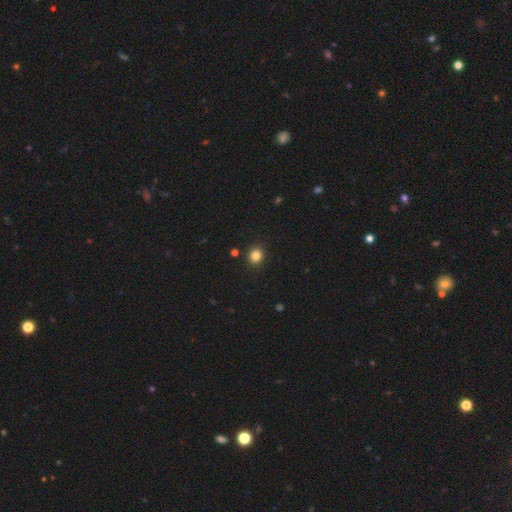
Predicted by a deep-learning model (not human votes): A smooth galaxy with no disk features (83%) that is round (84%). Merging: none (91%).